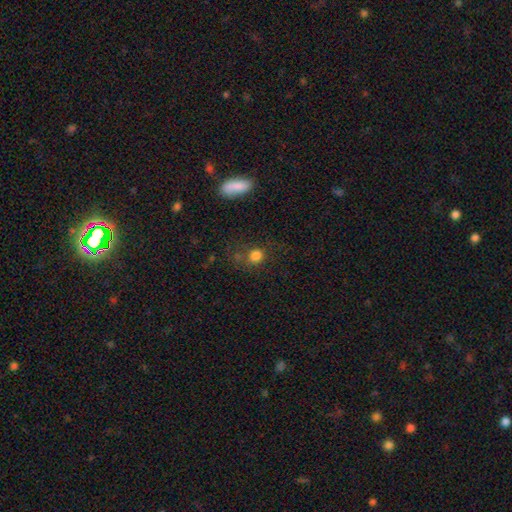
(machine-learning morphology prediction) smooth_or_featured: smooth (p=0.79) [alt: star or artifact p=0.15]
how_rounded: round (p=0.82) [alt: in between p=0.17]
merging: none (p=0.69) [alt: minor disturbance p=0.15]